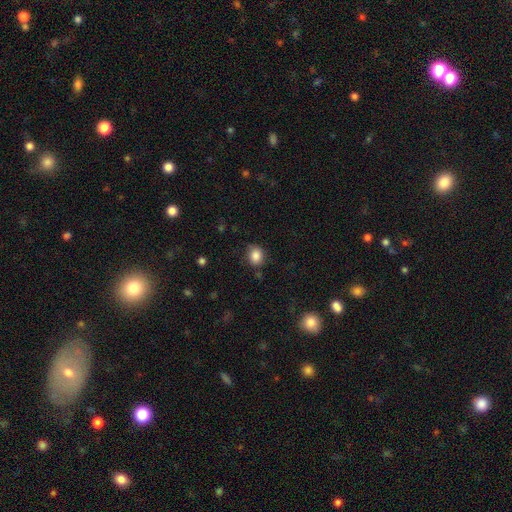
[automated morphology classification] type=smooth (85%); roundness=round (67%); merging=none (77%).